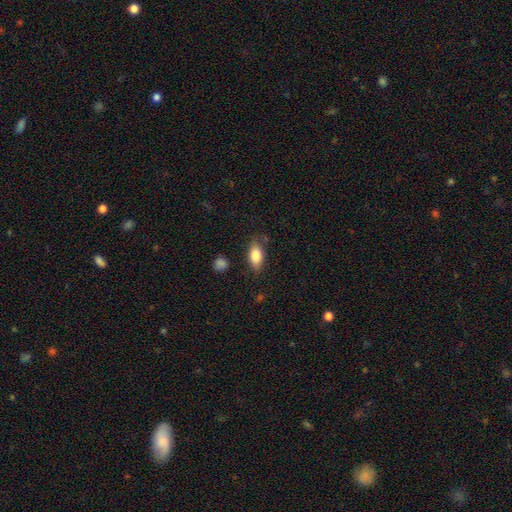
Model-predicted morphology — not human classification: This is clearly a smooth galaxy (82%). How rounded: clearly in between (87%). Merging: likely none (78%).